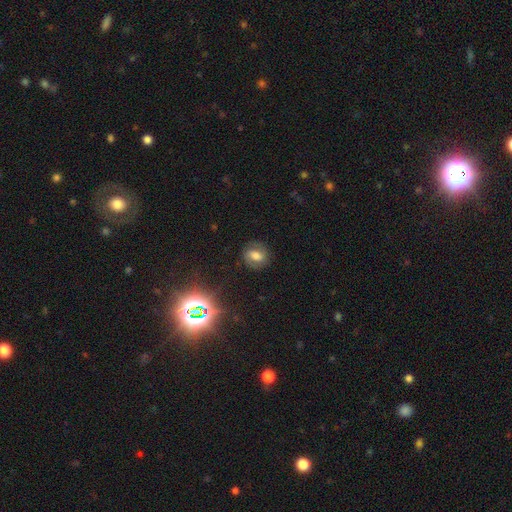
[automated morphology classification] This is possibly a smooth galaxy (48%). Merging: likely none (80%).